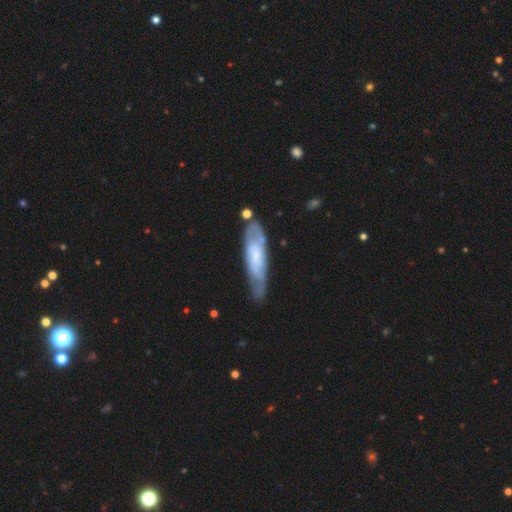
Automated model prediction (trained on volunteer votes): Smooth or featured?
  - featured or disk: 53% *
  - smooth: 41%
  - star or artifact: 6%
Edge-on disk?
  - no: 65% *
  - yes: 35%
Merging?
  - none: 64% *
  - minor disturbance: 24%
  - major disturbance: 8%
  - merger: 5%